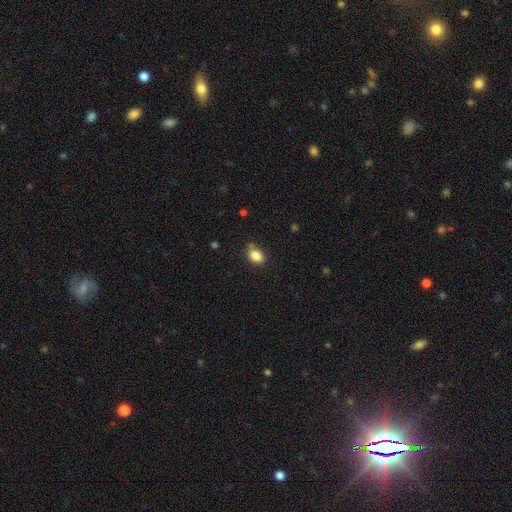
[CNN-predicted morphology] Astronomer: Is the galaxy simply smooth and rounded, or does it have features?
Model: smooth — 85%.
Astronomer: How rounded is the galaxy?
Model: in between — 74%.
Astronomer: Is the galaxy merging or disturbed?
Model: none — 72%.